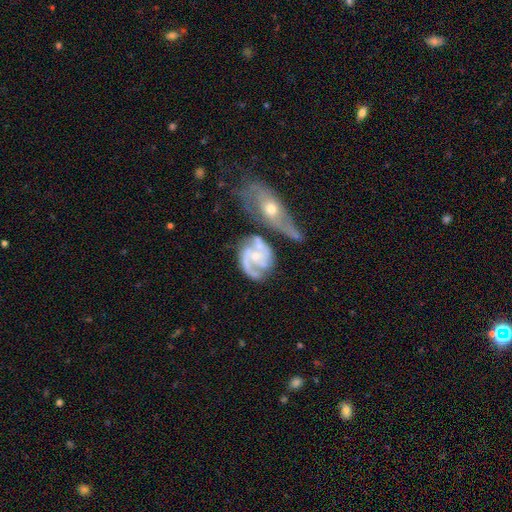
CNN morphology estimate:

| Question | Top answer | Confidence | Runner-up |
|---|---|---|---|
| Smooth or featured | featured or disk | 84% | smooth (11%) |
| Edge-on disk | no | 97% | yes (3%) |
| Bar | no | 62% | weak (30%) |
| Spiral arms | yes | 94% | no (6%) |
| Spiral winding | medium | 48% | tight (35%) |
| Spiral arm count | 2 | 68% | 3 (11%) |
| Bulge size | small | 53% | moderate (38%) |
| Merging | none | 37% | merger (31%) |